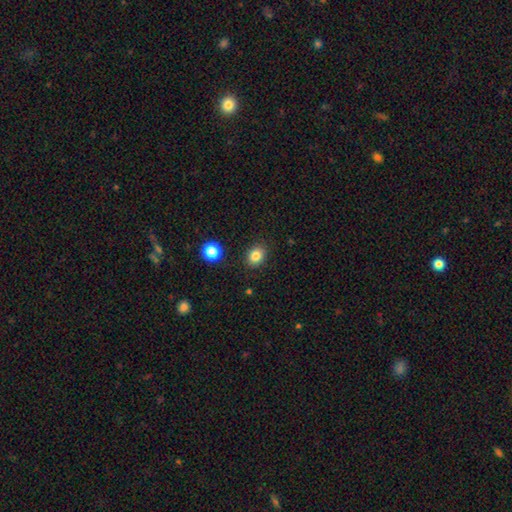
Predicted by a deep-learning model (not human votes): A smooth galaxy with no disk features (84%) that is round (50%).

Vote fractions:
- Smooth or featured? smooth: 84% / star or artifact: 11% / featured or disk: 6%
- How rounded? round: 50% / in between: 49% / cigar-shaped: 1%
- Merging? none: 87% / minor disturbance: 8% / major disturbance: 3% / merger: 2%